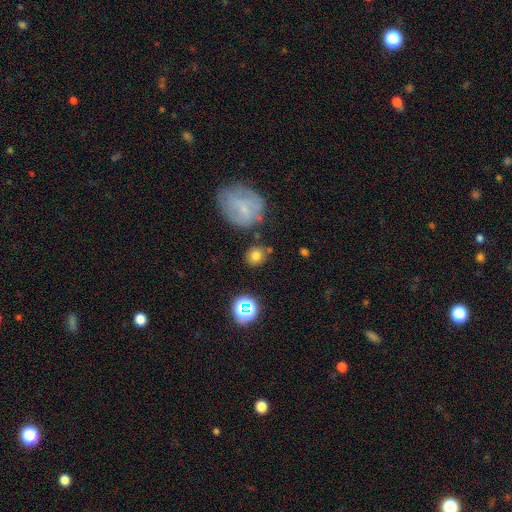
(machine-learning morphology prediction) Smooth or featured?
  - smooth: 75% *
  - star or artifact: 14%
  - featured or disk: 11%
How rounded?
  - round: 80% *
  - in between: 19%
  - cigar-shaped: 1%
Merging?
  - none: 77% *
  - minor disturbance: 12%
  - merger: 6%
  - major disturbance: 4%